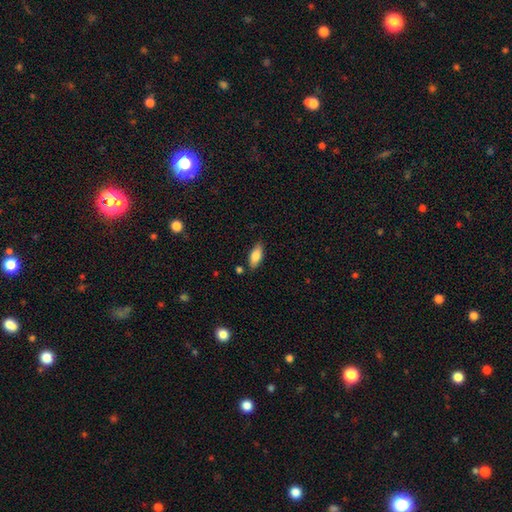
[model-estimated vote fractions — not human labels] The model was most divided on "how rounded": in between: 81%, cigar-shaped: 17%, round: 2%. More confident: merging — none (81%); smooth or featured — smooth (81%).